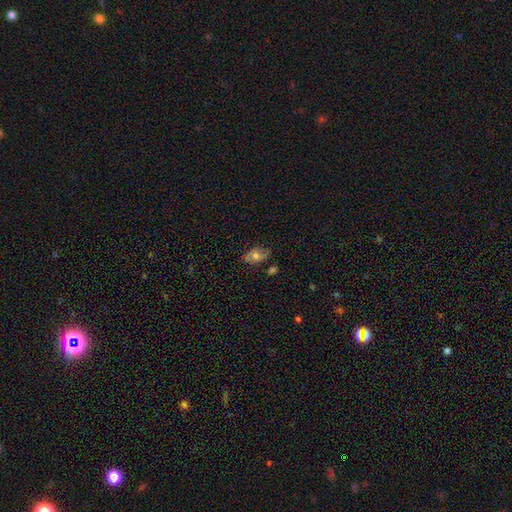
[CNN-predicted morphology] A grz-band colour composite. It shows a smooth galaxy with no disk features (57%) that is in between round and cigar-shaped (87%). Merging: none (72%).